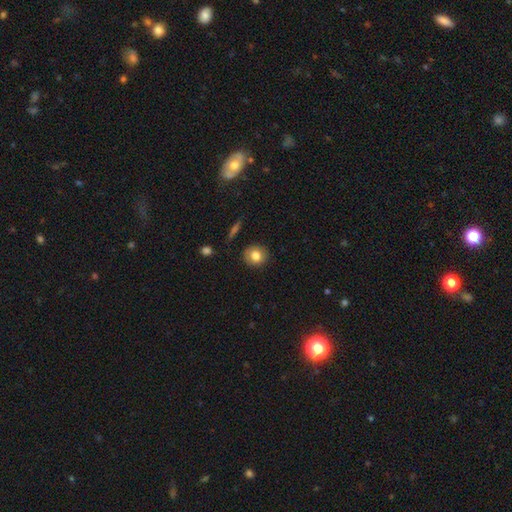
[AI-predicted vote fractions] This appears to be a smooth galaxy with no disk features (81%) that is round (86%). Merging: none (88%).